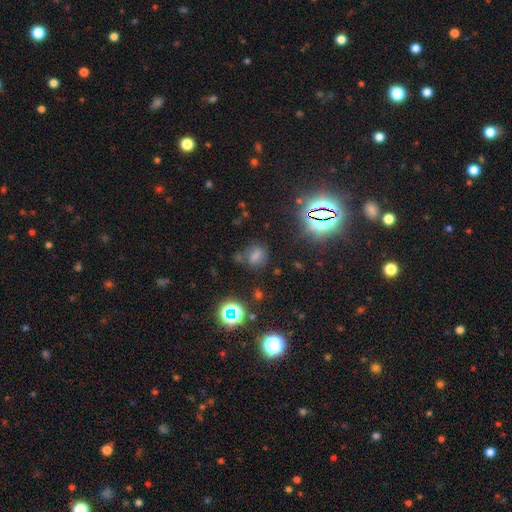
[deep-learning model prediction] Smooth or featured? Predicted: smooth (p=0.58). How rounded? Predicted: round (p=0.52). Merging? Predicted: none (p=0.60).